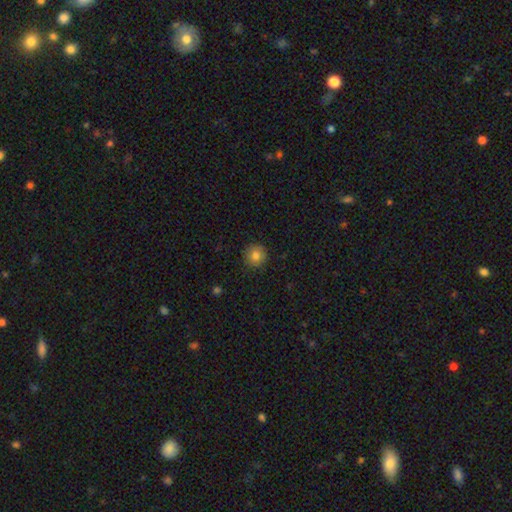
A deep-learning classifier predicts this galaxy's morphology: Overall: smooth (81%). How rounded: round (94%). Merging: none (89%).